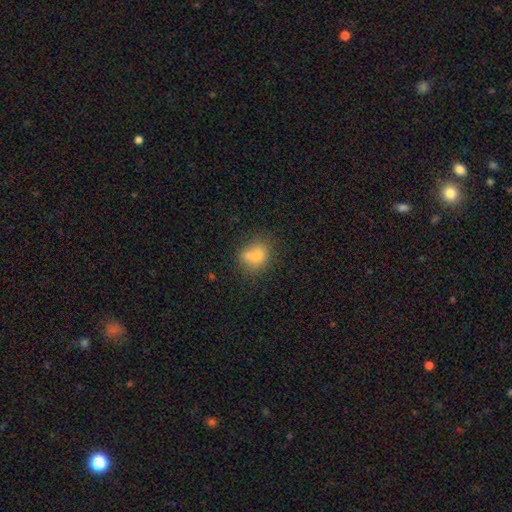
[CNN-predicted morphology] smooth-or-featured: smooth: 74% | featured or disk: 14% | star or artifact: 11%
  how-rounded: round: 62% | in between: 37% | cigar-shaped: 1%
  merging: none: 47% | merger: 31% | minor disturbance: 16% | major disturbance: 6%